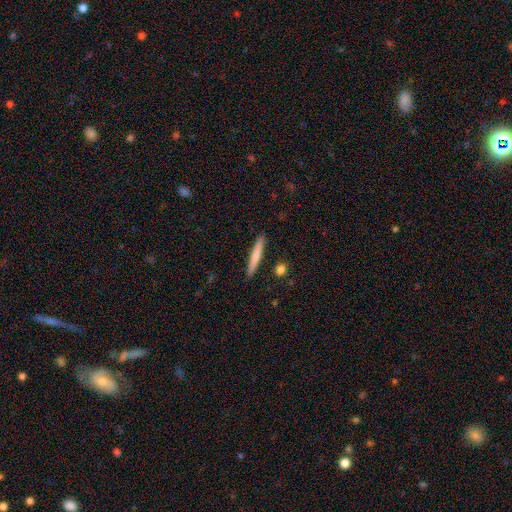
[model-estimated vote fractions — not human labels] Overall: smooth (70%). How rounded: cigar-shaped (95%). Merging: none (90%).